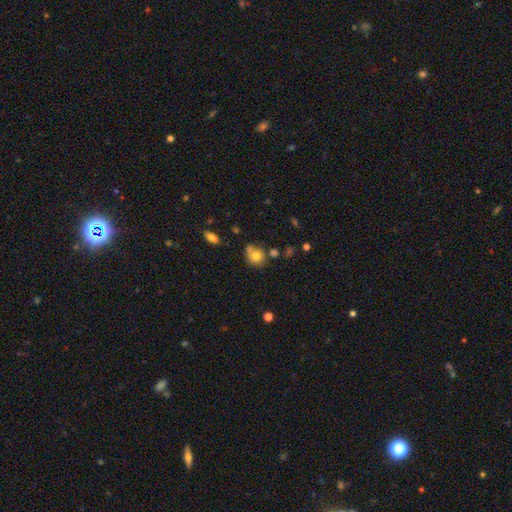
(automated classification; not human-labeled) Overall: smooth (76%). How rounded: round (74%). Merging: none (56%; minor disturbance 21%).